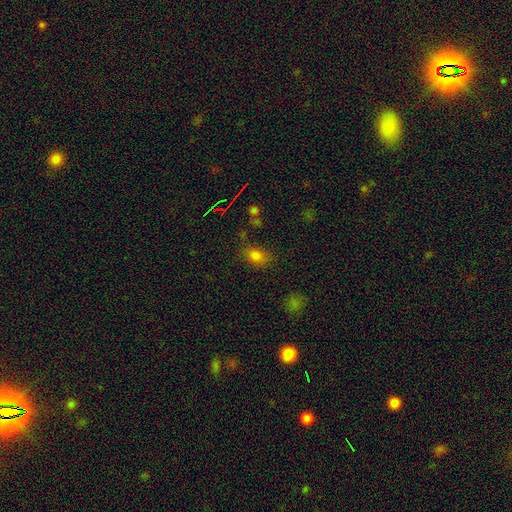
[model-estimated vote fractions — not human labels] Smooth or featured: smooth — 75% (star or artifact — 17%)
How rounded: in between — 80% (round — 18%)
Merging: none — 69% (minor disturbance — 19%)